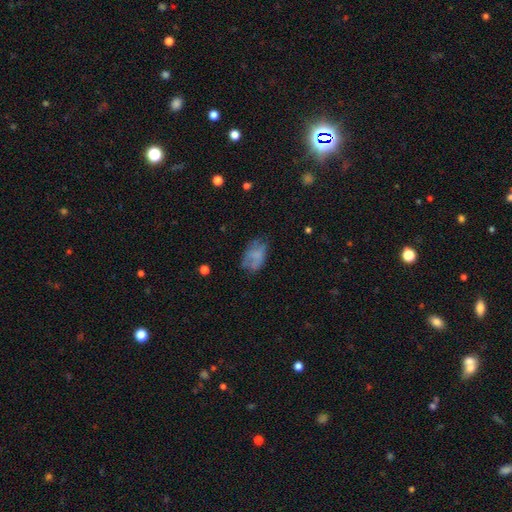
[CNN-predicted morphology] Q: Smooth or featured?
A: smooth (65%); runner-up: featured or disk (24%)
Q: How rounded?
A: in between (87%); runner-up: round (11%)
Q: Merging?
A: none (50%); runner-up: minor disturbance (30%)